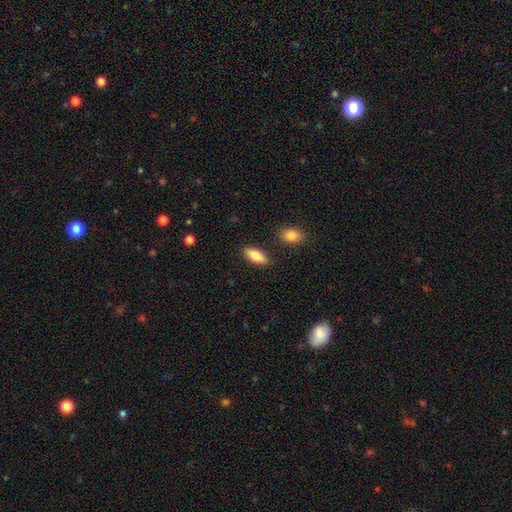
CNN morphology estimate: Smooth or featured?
  - smooth: 81% *
  - featured or disk: 13%
  - star or artifact: 6%
How rounded?
  - in between: 82% *
  - cigar-shaped: 15%
  - round: 2%
Merging?
  - none: 86% *
  - minor disturbance: 9%
  - merger: 3%
  - major disturbance: 2%